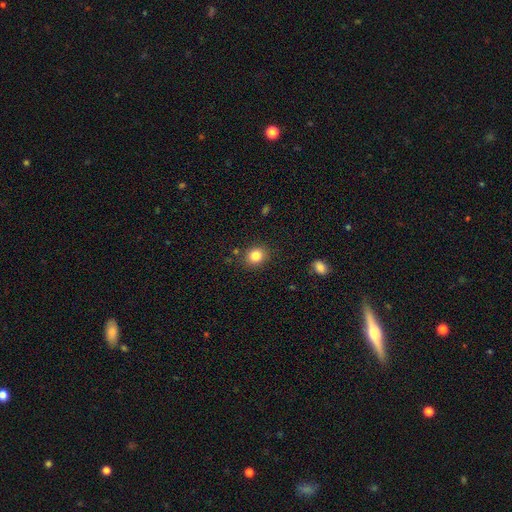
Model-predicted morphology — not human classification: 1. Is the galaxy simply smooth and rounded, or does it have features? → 84% smooth, 10% star or artifact, 6% featured or disk.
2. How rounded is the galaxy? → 72% round, 27% in between, 1% cigar-shaped.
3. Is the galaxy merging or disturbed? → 86% none, 9% minor disturbance, 3% major disturbance, 2% merger.